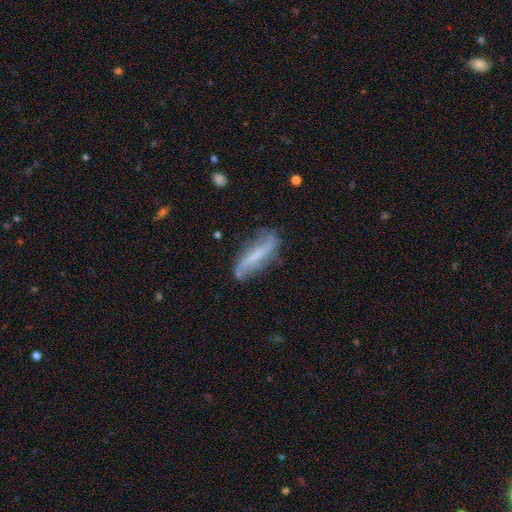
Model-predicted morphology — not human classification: type=featured or disk (64%); edge-on=no (67%); merging=none (64%).